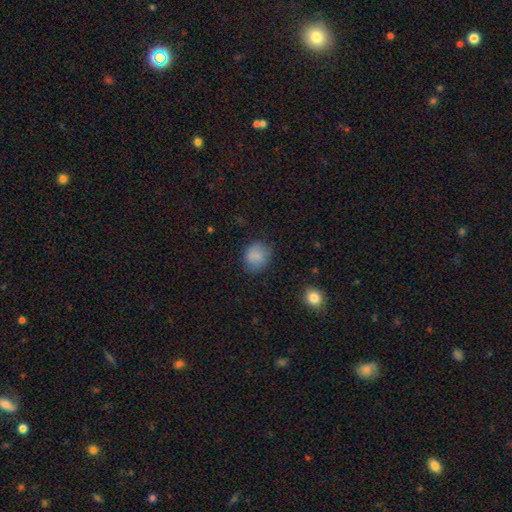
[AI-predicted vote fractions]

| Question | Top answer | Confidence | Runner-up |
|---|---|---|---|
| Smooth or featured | smooth | 83% | star or artifact (10%) |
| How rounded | round | 73% | in between (26%) |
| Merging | none | 76% | minor disturbance (18%) |